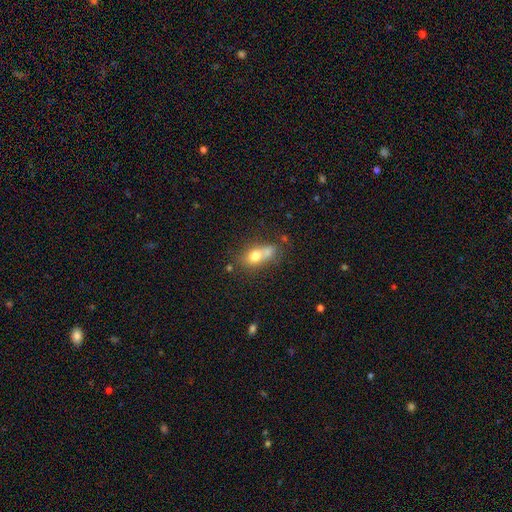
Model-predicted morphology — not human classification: A smooth galaxy with no disk features (69%) that is in between round and cigar-shaped (68%). Merging: merger (44%).